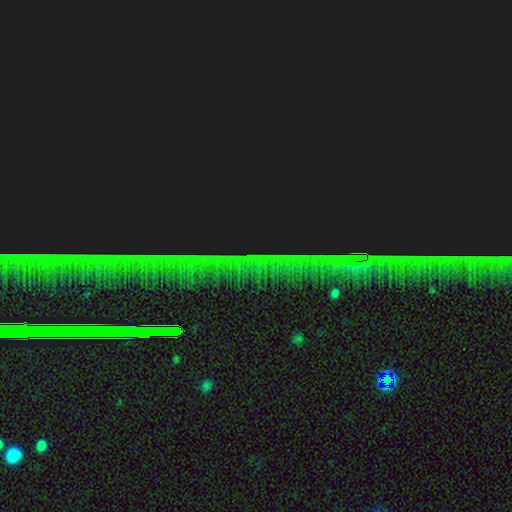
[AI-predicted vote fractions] Smooth or featured? star or artifact (85%)